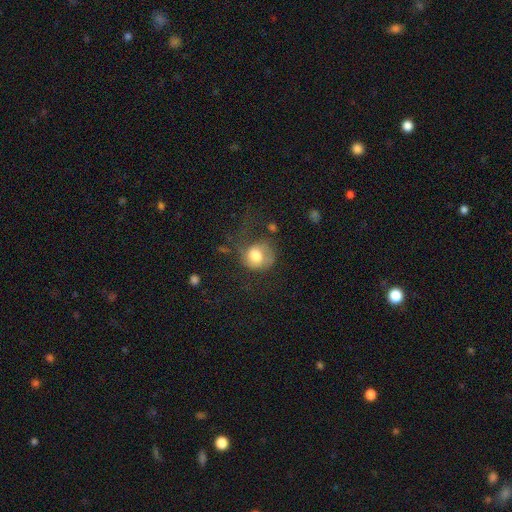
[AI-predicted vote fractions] A smooth galaxy with no disk features (64%) that is round (73%). Merging: major disturbance (41%).